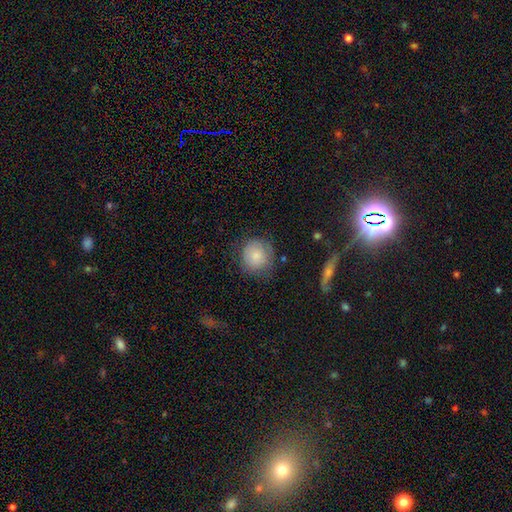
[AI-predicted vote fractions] Smooth or featured: smooth — 79% (featured or disk — 14%)
How rounded: round — 87% (in between — 12%)
Merging: none — 69% (minor disturbance — 21%)